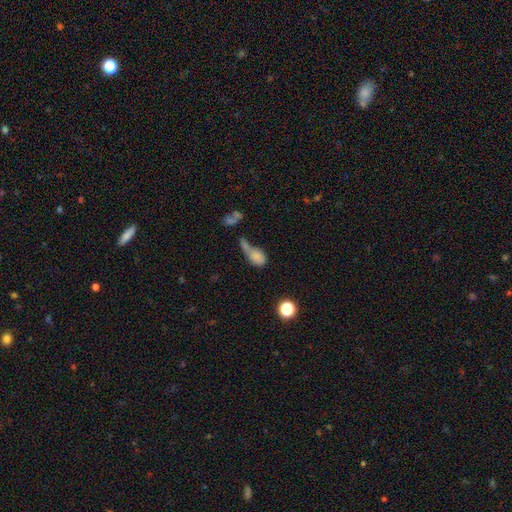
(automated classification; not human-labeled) Q: Smooth or featured?
A: smooth (71%); runner-up: featured or disk (17%)
Q: How rounded?
A: in between (74%); runner-up: round (21%)
Q: Merging?
A: merger (49%); runner-up: major disturbance (20%)